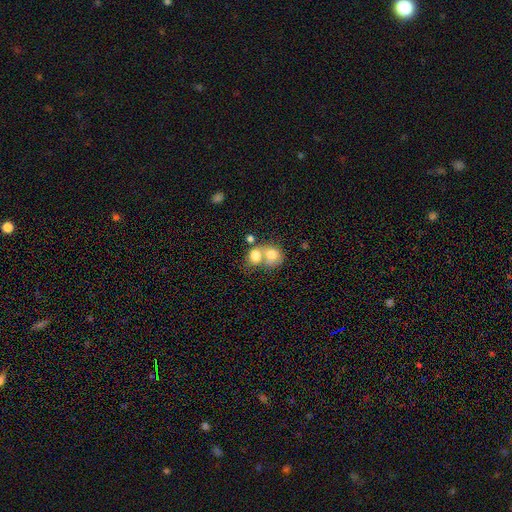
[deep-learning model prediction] This is likely a smooth galaxy (75%). How rounded: likely round (66%). Merging: likely merger (67%).